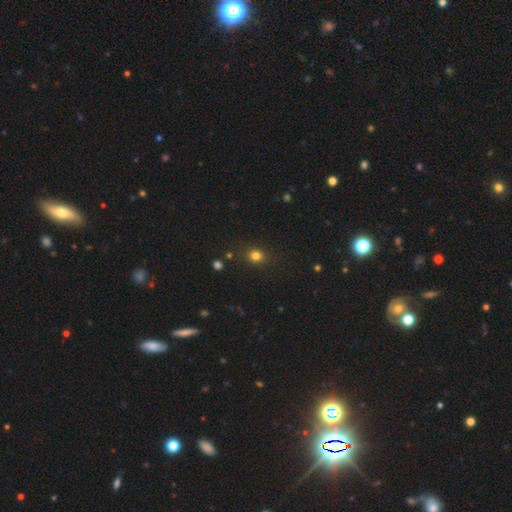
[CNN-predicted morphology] This is likely a smooth galaxy (79%). How rounded: clearly round (81%). Merging: clearly none (87%).